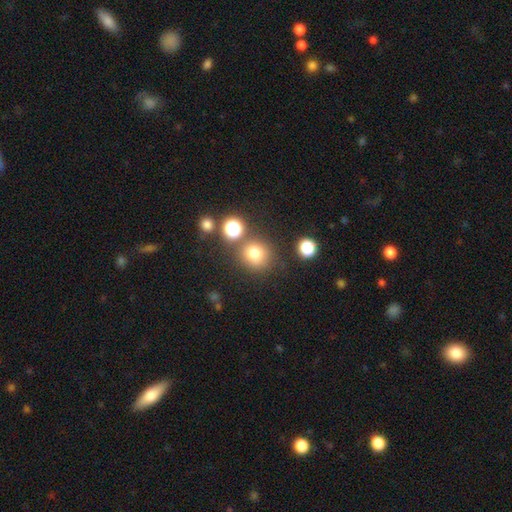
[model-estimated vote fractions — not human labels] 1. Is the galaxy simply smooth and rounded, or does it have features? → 66% smooth, 25% star or artifact, 8% featured or disk.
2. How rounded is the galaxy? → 89% round, 10% in between, 1% cigar-shaped.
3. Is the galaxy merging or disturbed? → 77% none, 11% merger, 9% minor disturbance, 4% major disturbance.